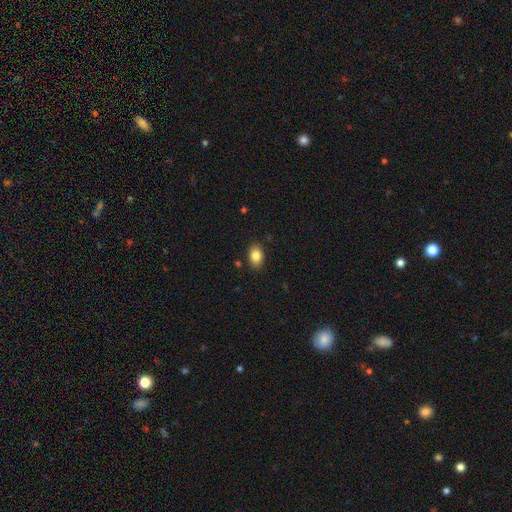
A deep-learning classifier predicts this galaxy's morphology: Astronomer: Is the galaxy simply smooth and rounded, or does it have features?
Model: smooth — 84%.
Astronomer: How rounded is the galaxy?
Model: in between — 81%.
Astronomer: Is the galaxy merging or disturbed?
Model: none — 88%.